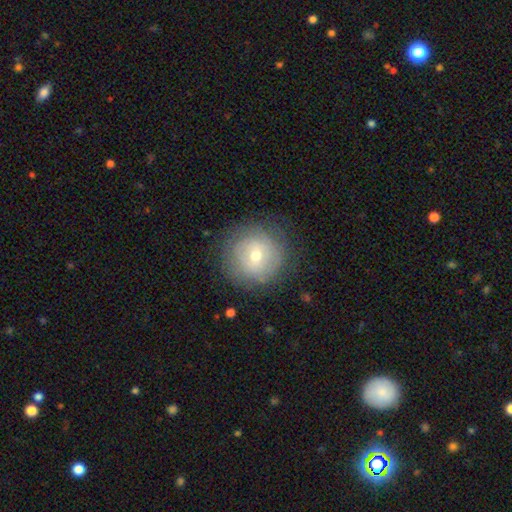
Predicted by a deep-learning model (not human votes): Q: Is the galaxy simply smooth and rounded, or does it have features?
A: smooth — 51%.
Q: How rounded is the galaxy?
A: round — 94%.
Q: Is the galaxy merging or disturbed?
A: none — 80%.